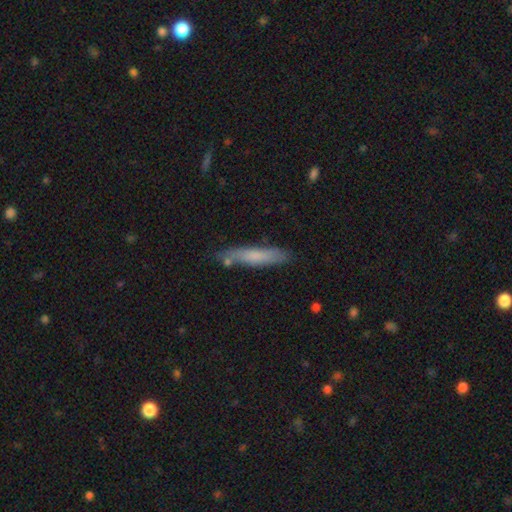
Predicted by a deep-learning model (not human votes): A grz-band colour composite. It shows a smooth galaxy with no disk features (70%) that is cigar-shaped (88%). Merging: none (75%).